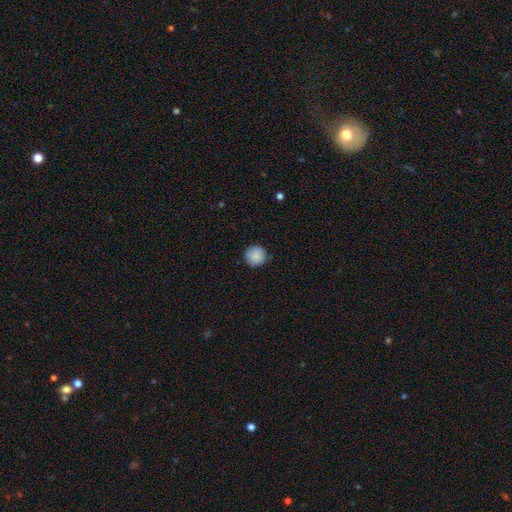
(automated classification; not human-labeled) Morphology: type=smooth (88%); roundness=round (95%); merging=none (86%).